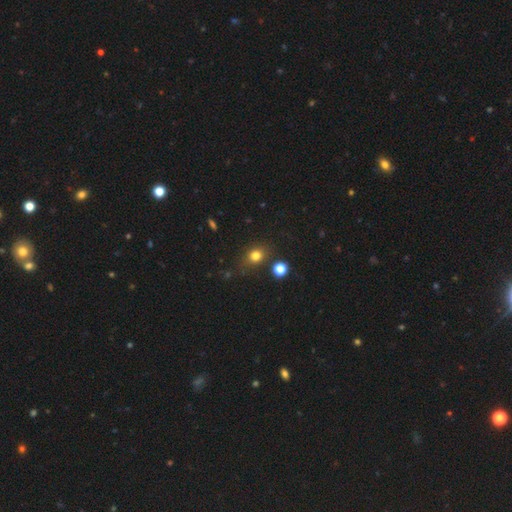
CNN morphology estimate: Smooth or featured? smooth (77%)
How rounded? round (62%)
Merging? none (75%)